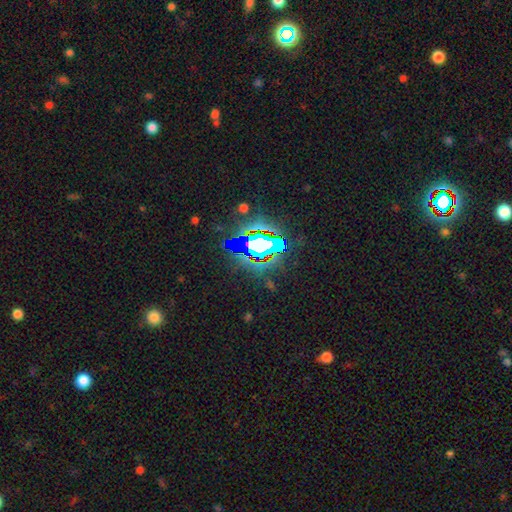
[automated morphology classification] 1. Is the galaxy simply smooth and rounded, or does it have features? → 73% star or artifact, 14% featured or disk, 13% smooth.